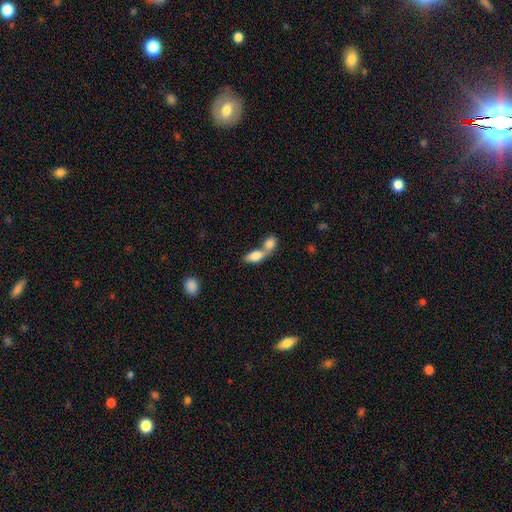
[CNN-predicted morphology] A smooth galaxy with no disk features (81%) that is in between round and cigar-shaped (85%).

Vote fractions:
- Smooth or featured? smooth: 81% / featured or disk: 13% / star or artifact: 6%
- How rounded? in between: 85% / round: 8% / cigar-shaped: 7%
- Merging? merger: 73% / none: 18% / minor disturbance: 5% / major disturbance: 3%